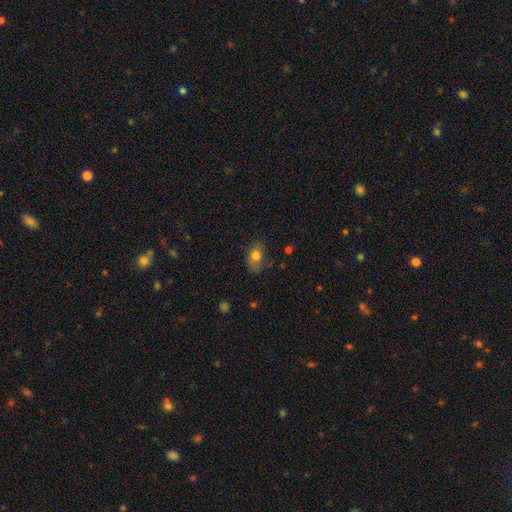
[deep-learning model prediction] This appears to be a smooth galaxy with no disk features (76%) that is in between round and cigar-shaped (81%). Merging: none (62%).